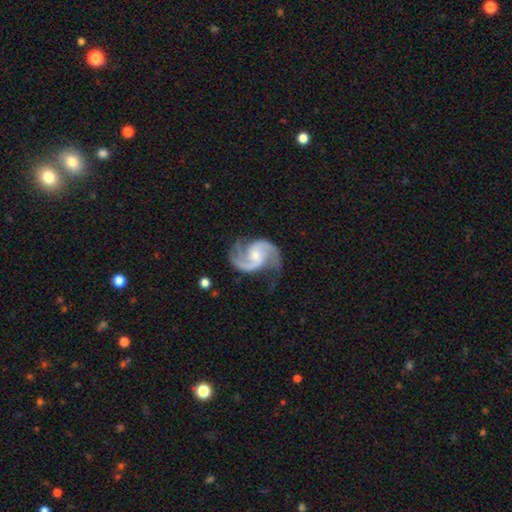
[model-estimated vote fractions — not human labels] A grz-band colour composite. It shows a featured or disk galaxy (93%) with no bar (50%), 2 (90%) medium (56%) spiral arms (98%) and a small central bulge (51%). Merging: none (70%).